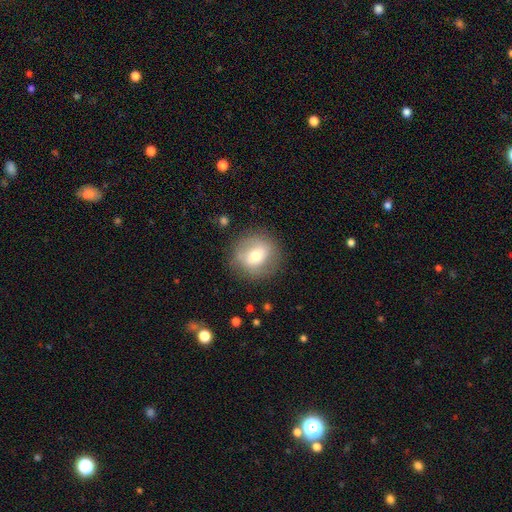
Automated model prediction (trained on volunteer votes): smooth_or_featured: smooth (p=0.61) [alt: featured or disk p=0.30]
how_rounded: round (p=0.88) [alt: in between p=0.11]
merging: none (p=0.80) [alt: minor disturbance p=0.13]